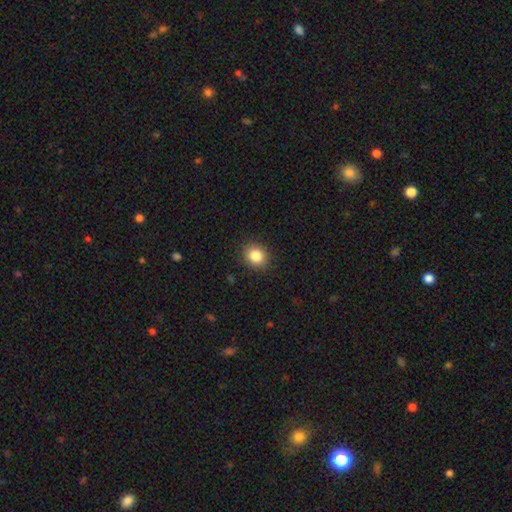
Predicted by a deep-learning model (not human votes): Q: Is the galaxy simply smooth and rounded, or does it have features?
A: smooth — 85%.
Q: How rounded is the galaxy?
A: round — 72%.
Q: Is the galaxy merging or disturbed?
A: none — 89%.